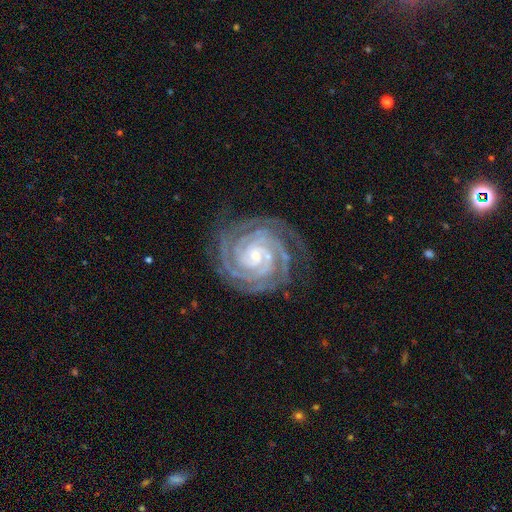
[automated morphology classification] Smooth or featured: featured or disk — 92% (star or artifact — 5%)
Edge-on disk: no — 98% (yes — 2%)
Bar: no — 59% (weak — 27%)
Spiral arms: yes — 99% (no — 1%)
Spiral winding: tight — 85% (medium — 14%)
Spiral arm count: 3 — 27% (2 — 24%)
Bulge size: small — 72% (moderate — 23%)
Merging: none — 79% (minor disturbance — 15%)